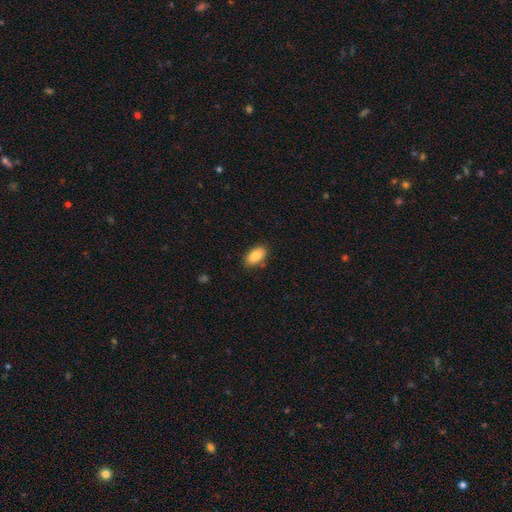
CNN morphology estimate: Smooth or featured?
  - smooth: 85% *
  - featured or disk: 8%
  - star or artifact: 7%
How rounded?
  - in between: 93% *
  - round: 5%
  - cigar-shaped: 2%
Merging?
  - none: 83% *
  - minor disturbance: 12%
  - major disturbance: 2%
  - merger: 2%